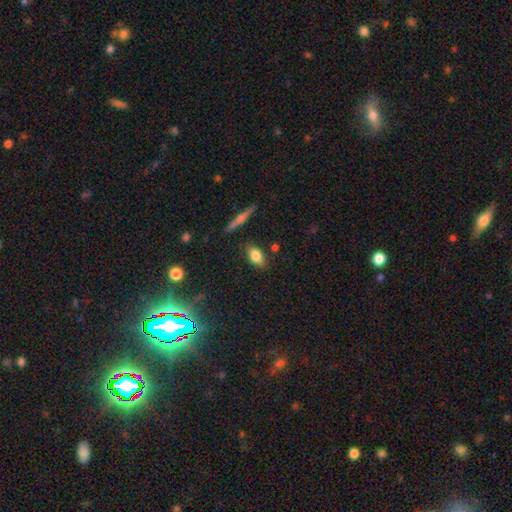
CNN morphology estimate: Smooth or featured?
  - smooth: 79% *
  - featured or disk: 12%
  - star or artifact: 9%
How rounded?
  - in between: 84% *
  - round: 8%
  - cigar-shaped: 8%
Merging?
  - none: 82% *
  - minor disturbance: 12%
  - merger: 3%
  - major disturbance: 3%